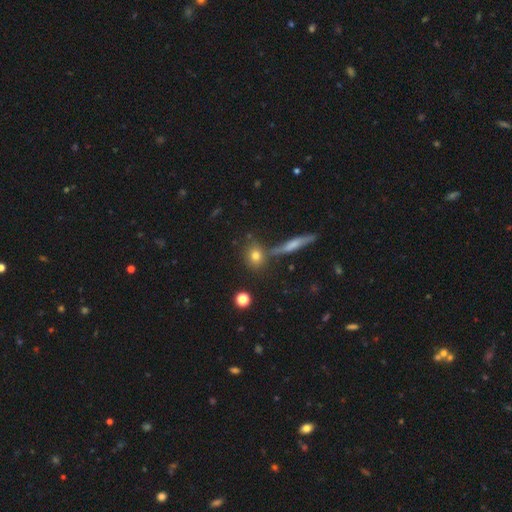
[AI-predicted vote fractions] Overall: smooth (75%). How rounded: round (71%). Merging: none (71%).